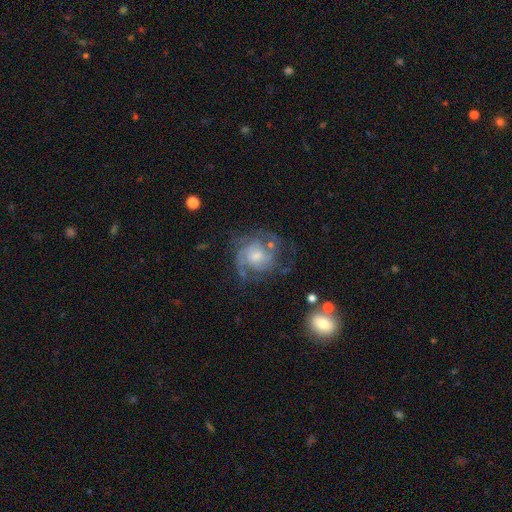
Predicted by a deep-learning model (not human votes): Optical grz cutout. It shows a featured or disk galaxy (80%) with no bar (66%), tight (49%) spiral arms (91%) and a moderate central bulge (46%). Merging: none (64%).